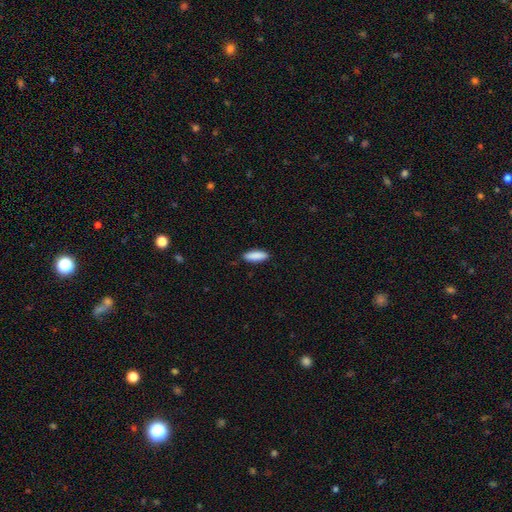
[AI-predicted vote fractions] A smooth galaxy with no disk features (90%) that is in between round and cigar-shaped (62%).

Vote fractions:
- Smooth or featured? smooth: 90% / star or artifact: 6% / featured or disk: 4%
- How rounded? in between: 62% / cigar-shaped: 36% / round: 2%
- Merging? none: 89% / minor disturbance: 8% / major disturbance: 2% / merger: 1%